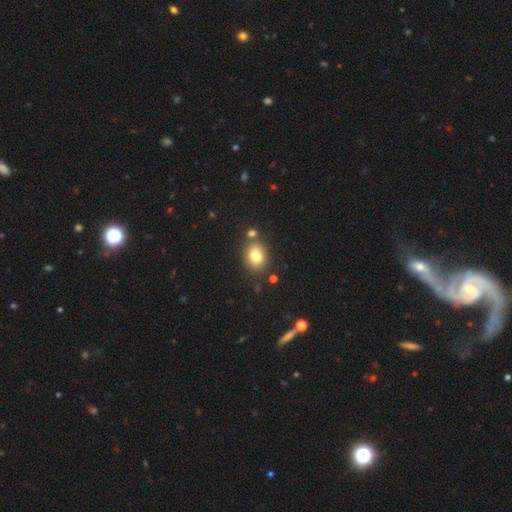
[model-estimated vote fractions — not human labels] Q: Smooth or featured?
A: smooth (81%); runner-up: star or artifact (10%)
Q: How rounded?
A: in between (50%); runner-up: round (49%)
Q: Merging?
A: none (75%); runner-up: merger (11%)